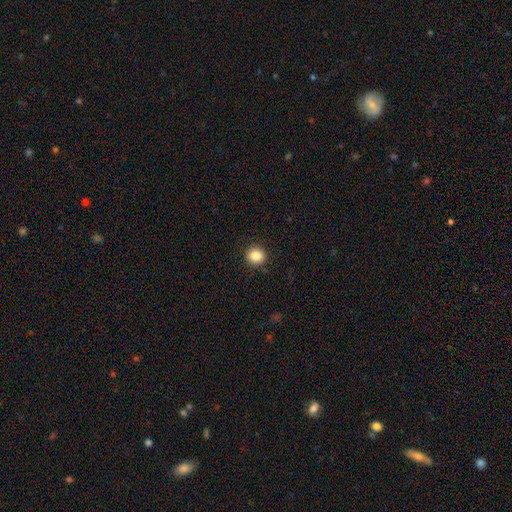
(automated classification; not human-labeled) Smooth or featured?
  - smooth: 86% *
  - star or artifact: 10%
  - featured or disk: 4%
How rounded?
  - round: 89% *
  - in between: 10%
  - cigar-shaped: 1%
Merging?
  - none: 91% *
  - minor disturbance: 6%
  - major disturbance: 2%
  - merger: 1%